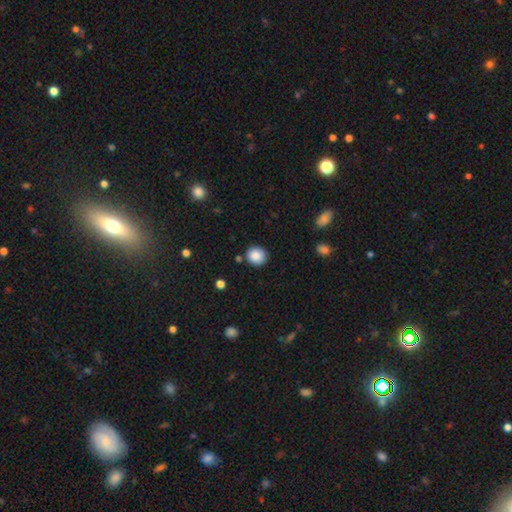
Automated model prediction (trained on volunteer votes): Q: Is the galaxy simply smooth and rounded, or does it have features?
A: smooth — 88%.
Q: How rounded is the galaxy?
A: round — 86%.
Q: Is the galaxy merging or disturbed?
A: none — 86%.